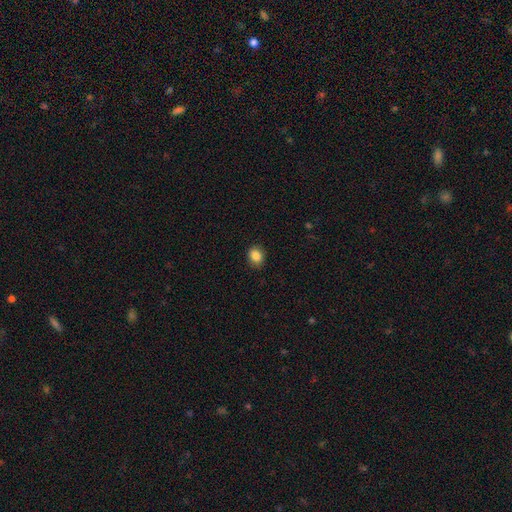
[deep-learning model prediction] Smooth or featured? Predicted: smooth (p=0.86). How rounded? Predicted: in between (p=0.57). Merging? Predicted: none (p=0.87).